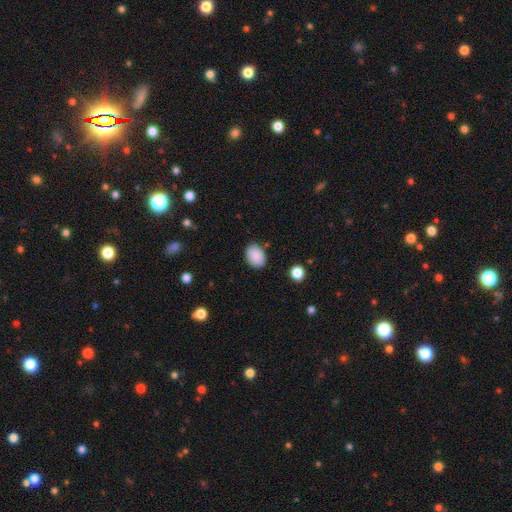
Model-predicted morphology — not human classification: Q: Smooth or featured?
A: smooth (89%); runner-up: star or artifact (8%)
Q: How rounded?
A: in between (75%); runner-up: round (24%)
Q: Merging?
A: none (83%); runner-up: minor disturbance (12%)